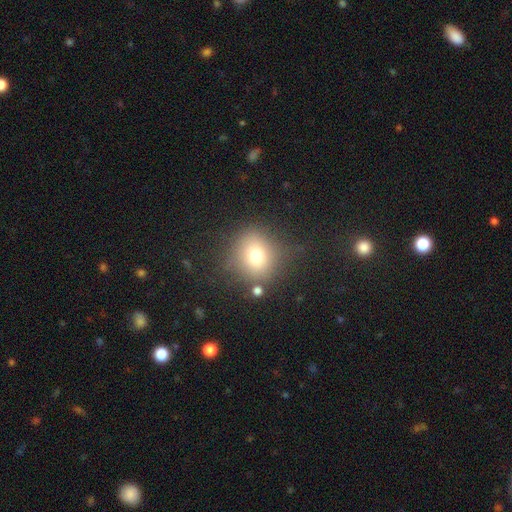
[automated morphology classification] Overall: smooth (72%). How rounded: round (80%). Merging: none (76%).